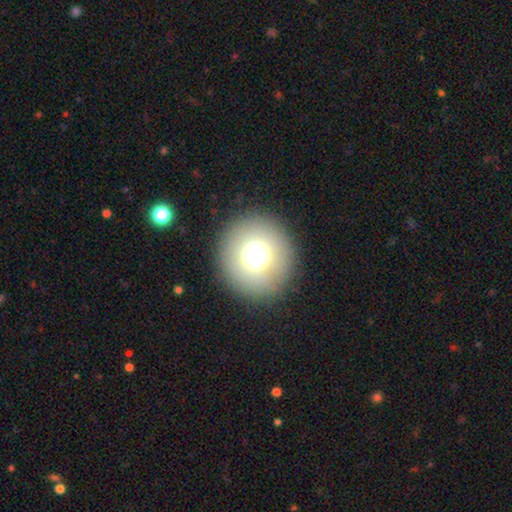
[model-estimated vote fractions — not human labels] smooth 74%, featured or disk 13%, star or artifact 13%. Down the decision tree: how rounded — round (92%); merging — none (89%).